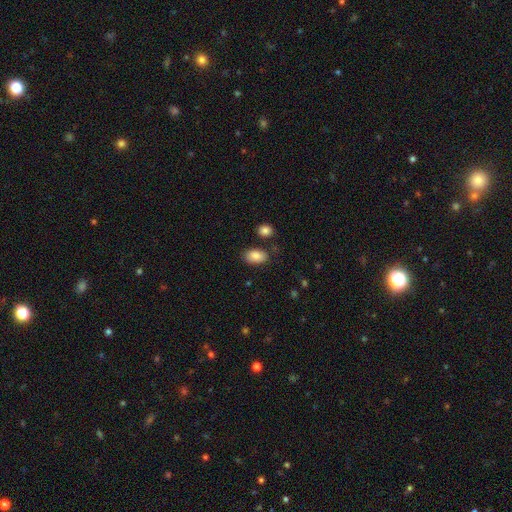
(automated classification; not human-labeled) A smooth galaxy with no disk features (85%) that is in between round and cigar-shaped (91%). Merging: none (79%).